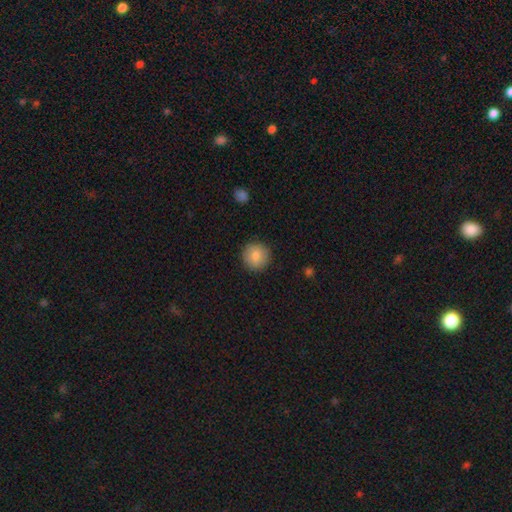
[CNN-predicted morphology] A smooth galaxy with no disk features (83%) that is round (94%).

Vote fractions:
- Smooth or featured? smooth: 83% / featured or disk: 9% / star or artifact: 8%
- How rounded? round: 94% / in between: 5% / cigar-shaped: 1%
- Merging? none: 90% / minor disturbance: 7% / major disturbance: 2% / merger: 1%